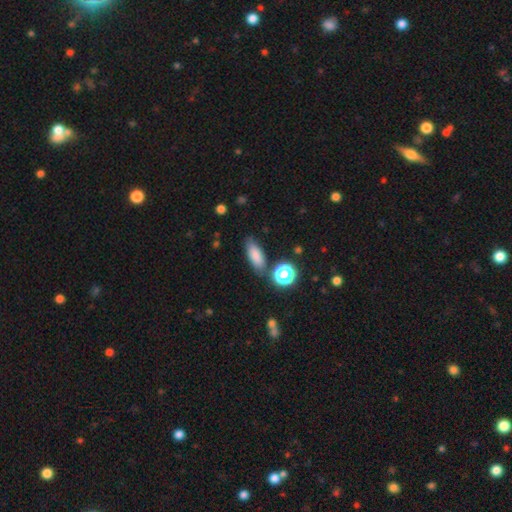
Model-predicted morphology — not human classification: The model was most divided on "how rounded": in between: 71%, cigar-shaped: 23%, round: 6%. More confident: smooth or featured — smooth (82%); merging — none (76%).